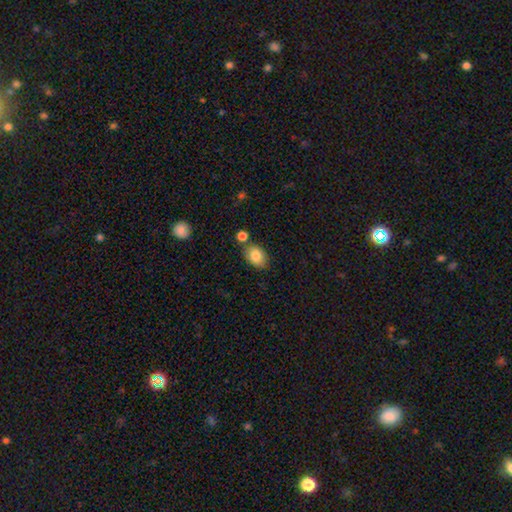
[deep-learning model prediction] Smooth or featured? smooth (83%)
How rounded? in between (79%)
Merging? none (74%)